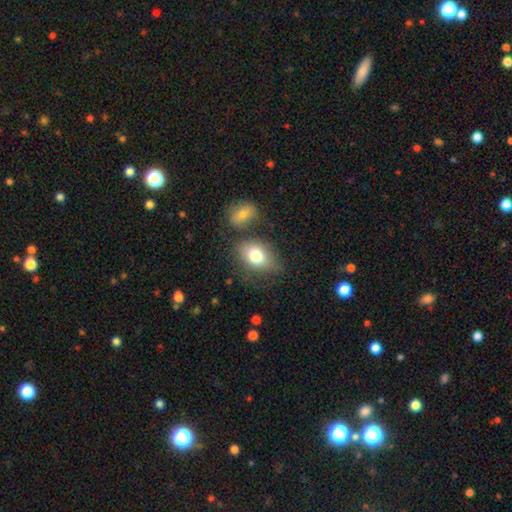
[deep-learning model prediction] Q: Smooth or featured?
A: smooth (78%); runner-up: featured or disk (14%)
Q: How rounded?
A: in between (74%); runner-up: round (25%)
Q: Merging?
A: none (63%); runner-up: minor disturbance (18%)